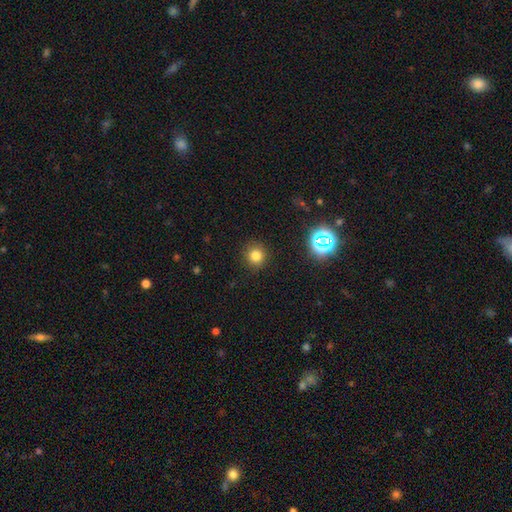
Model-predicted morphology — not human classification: smooth-or-featured: smooth: 78% | star or artifact: 16% | featured or disk: 6%
  how-rounded: round: 92% | in between: 7% | cigar-shaped: 1%
  merging: none: 90% | minor disturbance: 7% | major disturbance: 2% | merger: 1%